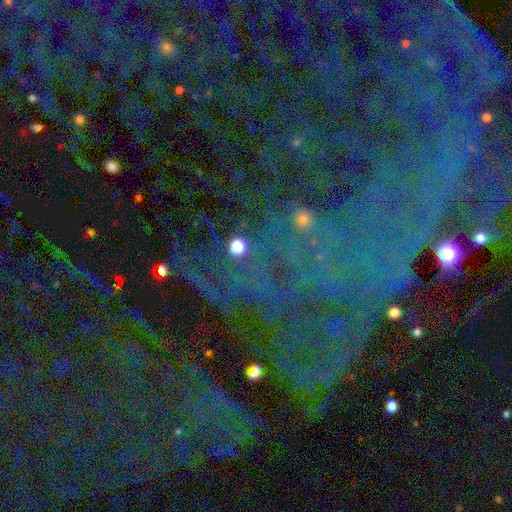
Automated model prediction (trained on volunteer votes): Smooth or featured?
  - star or artifact: 83% *
  - featured or disk: 9%
  - smooth: 8%